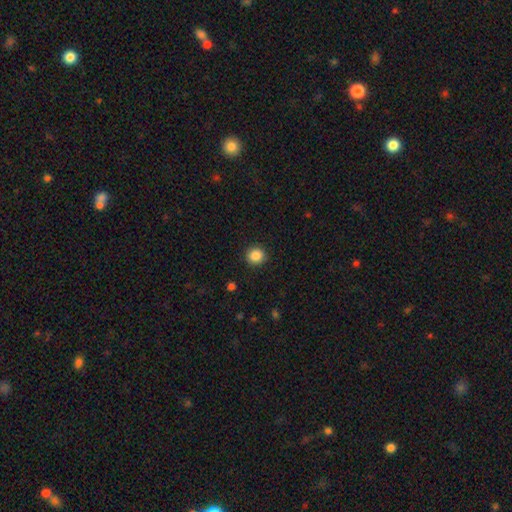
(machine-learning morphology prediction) Smooth or featured: smooth — 87% (star or artifact — 10%)
How rounded: round — 90% (in between — 9%)
Merging: none — 91% (minor disturbance — 6%)